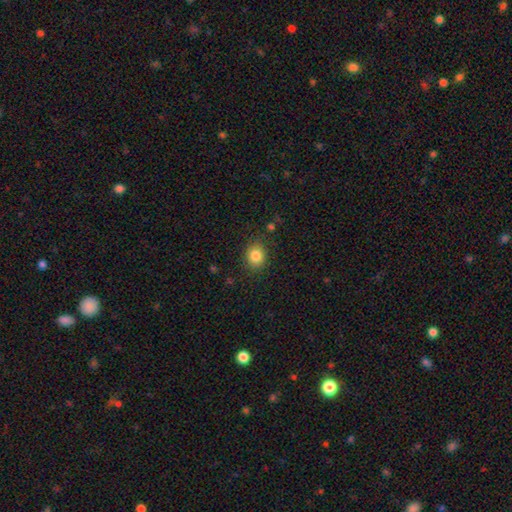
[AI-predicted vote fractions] smooth 84%, star or artifact 11%, featured or disk 6%. Down the decision tree: how rounded — round (64%); merging — none (84%).